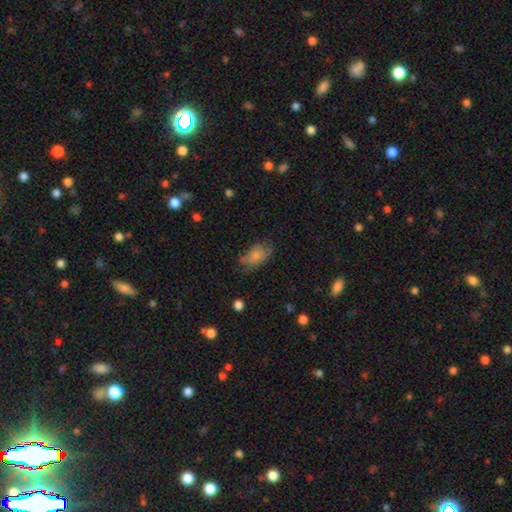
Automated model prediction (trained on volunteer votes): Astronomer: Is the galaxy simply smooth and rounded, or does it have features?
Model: smooth — 75%.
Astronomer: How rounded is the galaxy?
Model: in between — 88%.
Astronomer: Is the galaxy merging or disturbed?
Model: none — 51% (runner-up: minor disturbance, 31%).